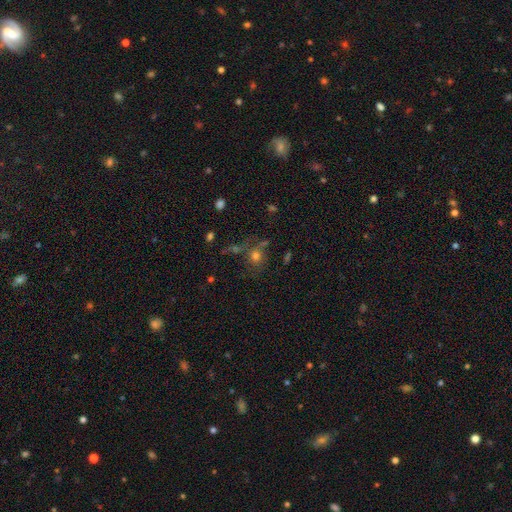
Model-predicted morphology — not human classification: type=smooth (69%); roundness=round (83%); merging=none (60%).